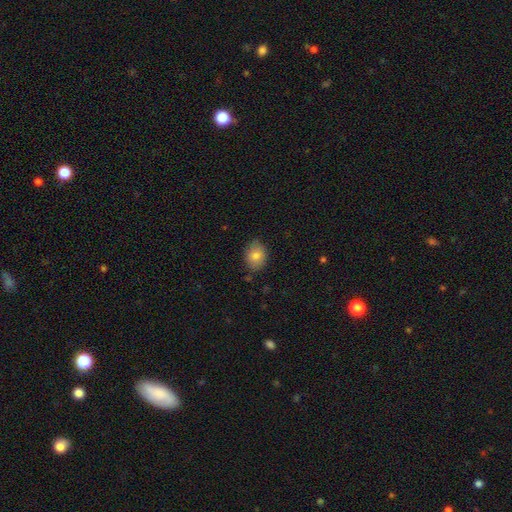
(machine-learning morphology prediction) Smooth or featured?
  - smooth: 81% *
  - featured or disk: 10%
  - star or artifact: 8%
How rounded?
  - in between: 59% *
  - round: 40%
  - cigar-shaped: 1%
Merging?
  - none: 78% *
  - minor disturbance: 17%
  - major disturbance: 3%
  - merger: 2%